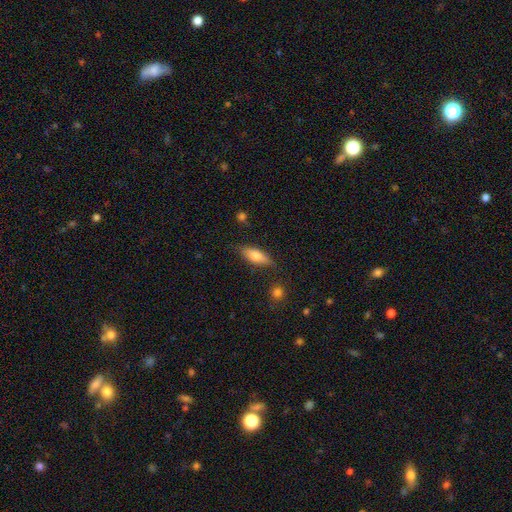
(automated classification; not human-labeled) Q: Smooth or featured?
A: smooth (69%); runner-up: featured or disk (24%)
Q: How rounded?
A: in between (68%); runner-up: cigar-shaped (29%)
Q: Merging?
A: none (74%); runner-up: minor disturbance (18%)